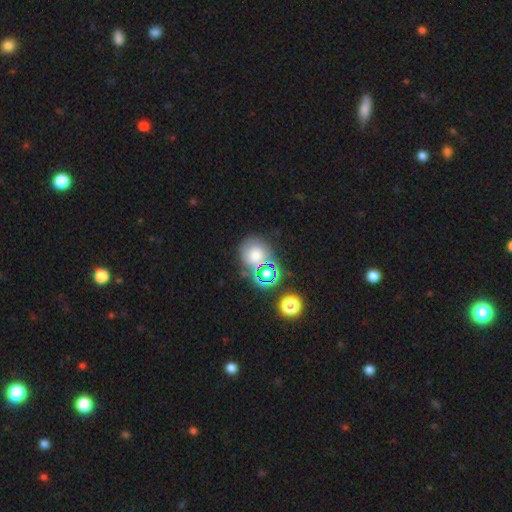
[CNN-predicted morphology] Smooth or featured? smooth (58%)
How rounded? round (79%)
Merging? none (60%)